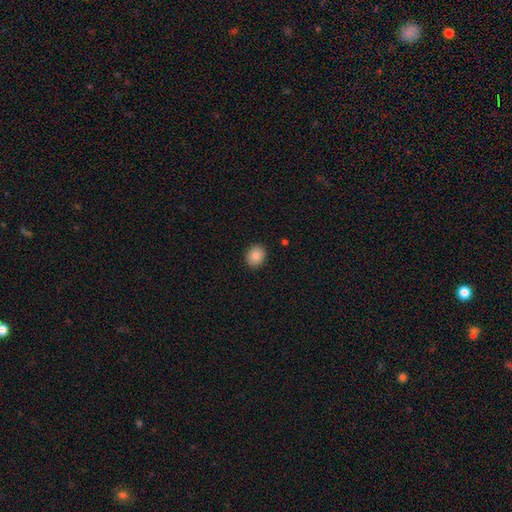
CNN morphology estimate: Q: Smooth or featured?
A: smooth (87%); runner-up: star or artifact (9%)
Q: How rounded?
A: round (68%); runner-up: in between (32%)
Q: Merging?
A: none (91%); runner-up: minor disturbance (7%)